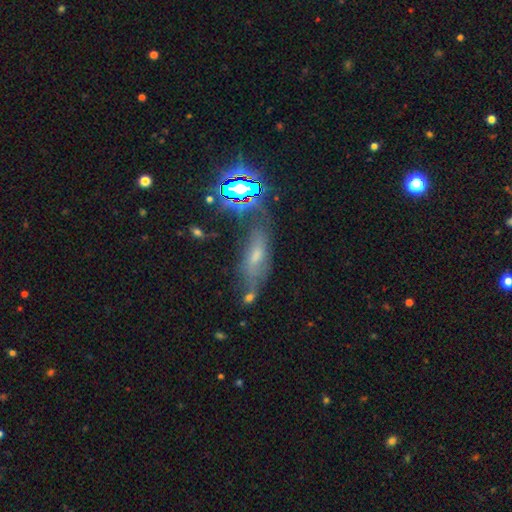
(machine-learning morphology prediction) This appears to be a smooth galaxy with no disk features (41%). Merging: none (52%).